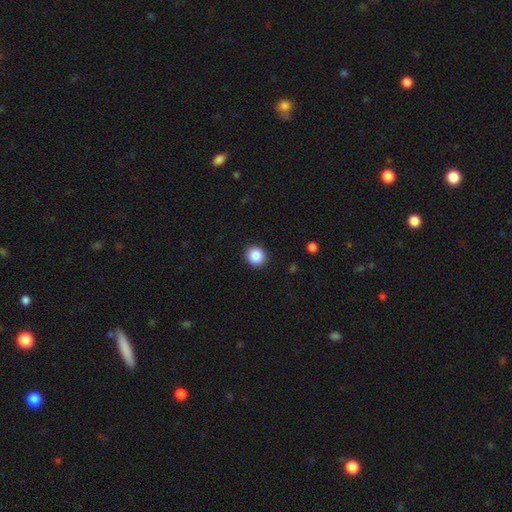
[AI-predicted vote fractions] This appears to be a smooth galaxy with no disk features (87%) that is round (90%). Merging: none (92%).